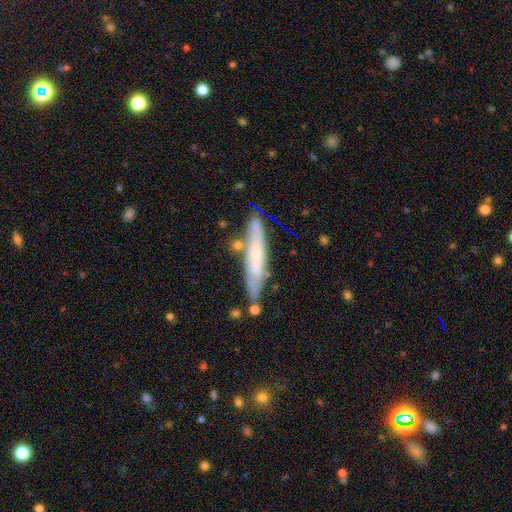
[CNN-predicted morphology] A featured or disk galaxy (49%).

Vote fractions:
- Smooth or featured? featured or disk: 49% / smooth: 45% / star or artifact: 6%
- Merging? none: 74% / minor disturbance: 17% / merger: 6% / major disturbance: 4%